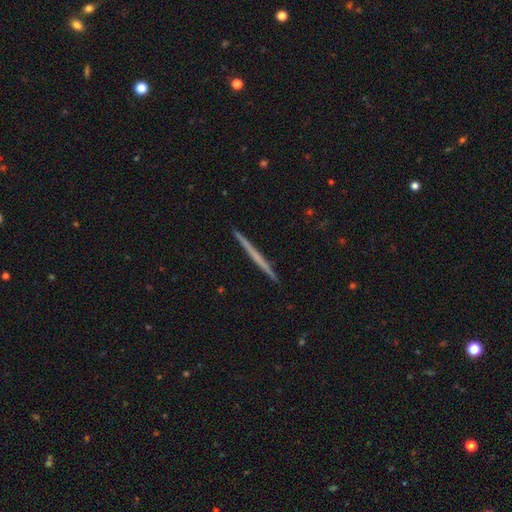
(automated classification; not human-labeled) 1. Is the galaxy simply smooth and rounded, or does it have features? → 56% featured or disk, 39% smooth, 5% star or artifact.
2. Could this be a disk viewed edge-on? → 98% yes, 2% no.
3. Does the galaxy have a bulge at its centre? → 89% none, 8% rounded, 3% boxy.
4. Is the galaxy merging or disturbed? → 93% none, 5% minor disturbance, 1% major disturbance, 1% merger.